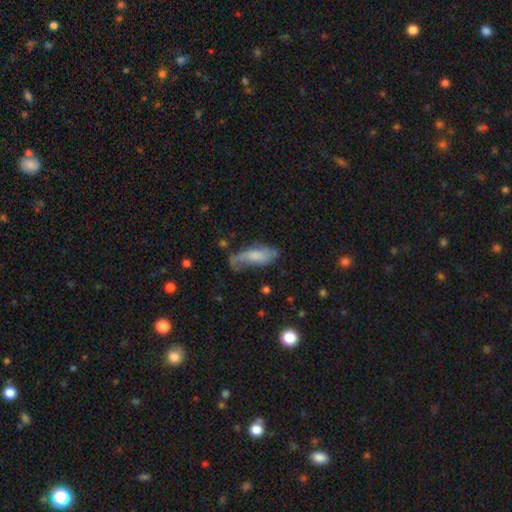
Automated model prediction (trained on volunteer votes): Q: Smooth or featured?
A: smooth (56%); runner-up: featured or disk (37%)
Q: How rounded?
A: in between (65%); runner-up: cigar-shaped (32%)
Q: Merging?
A: none (44%); runner-up: minor disturbance (31%)